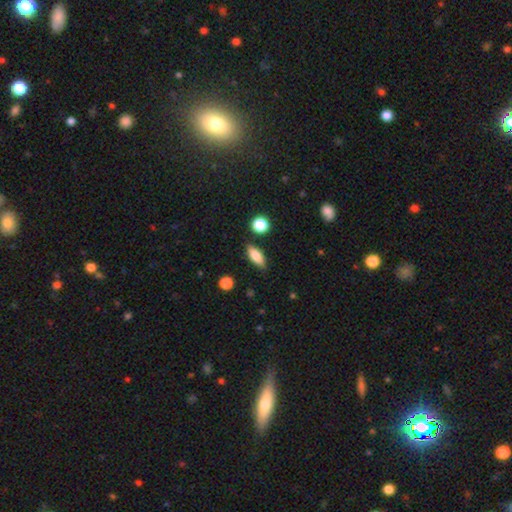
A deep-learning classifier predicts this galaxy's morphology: The model was most divided on "how rounded": in between: 73%, cigar-shaped: 23%, round: 4%. More confident: merging — none (83%); smooth or featured — smooth (81%).